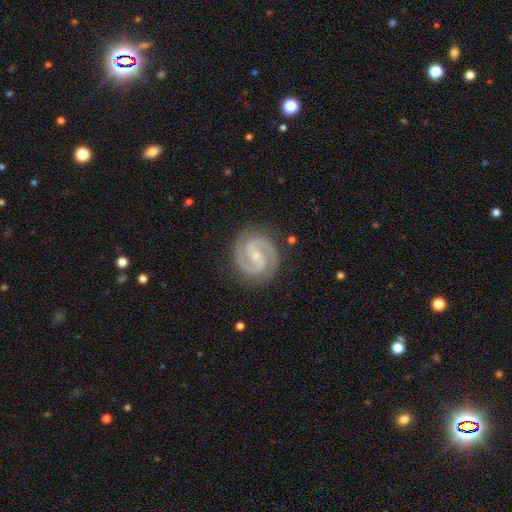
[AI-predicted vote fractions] Smooth or featured: featured or disk — 92% (star or artifact — 5%)
Edge-on disk: no — 98% (yes — 2%)
Bar: weak — 40% (no — 32%)
Spiral arms: yes — 99% (no — 1%)
Spiral winding: tight — 50% (medium — 46%)
Spiral arm count: 2 — 94% (3 — 2%)
Bulge size: small — 75% (moderate — 18%)
Merging: none — 87% (minor disturbance — 10%)